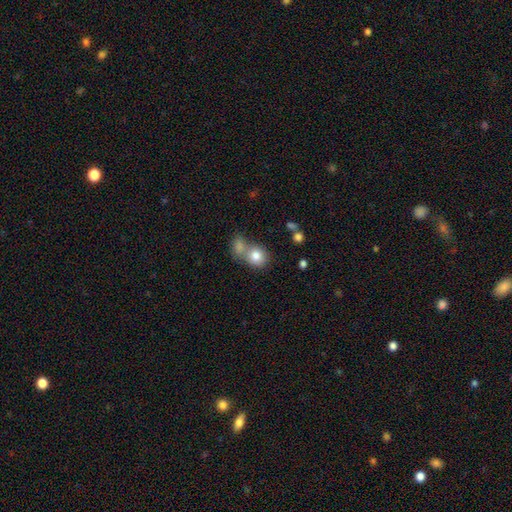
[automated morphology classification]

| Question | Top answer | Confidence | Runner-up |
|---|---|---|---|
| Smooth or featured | smooth | 80% | featured or disk (10%) |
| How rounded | round | 71% | in between (28%) |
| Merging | merger | 46% | none (40%) |